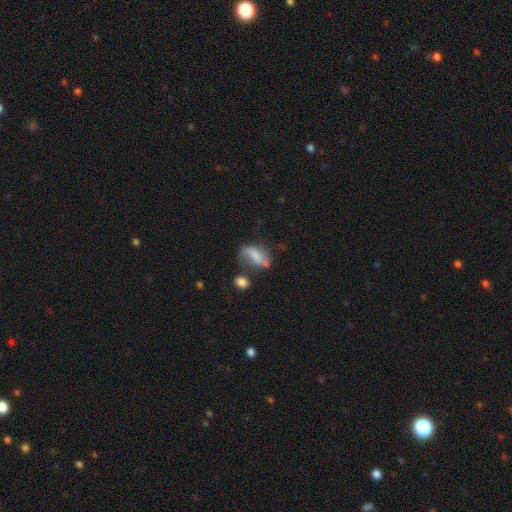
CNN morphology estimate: A smooth galaxy with no disk features (54%) that is in between round and cigar-shaped (82%).

Vote fractions:
- Smooth or featured? smooth: 54% / featured or disk: 36% / star or artifact: 10%
- How rounded? in between: 82% / cigar-shaped: 10% / round: 8%
- Merging? none: 38% / minor disturbance: 27% / major disturbance: 20% / merger: 15%